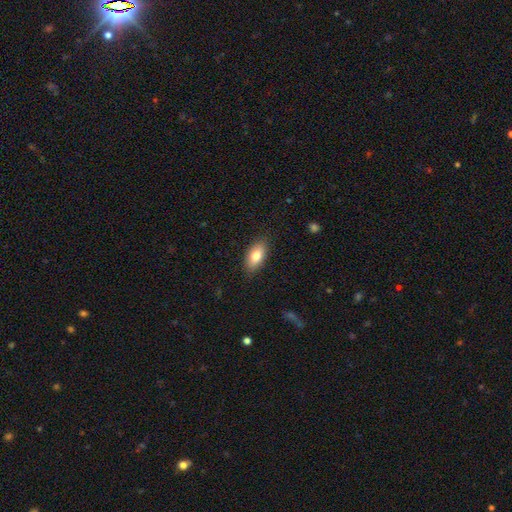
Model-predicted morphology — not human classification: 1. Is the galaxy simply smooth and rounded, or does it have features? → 79% smooth, 14% featured or disk, 7% star or artifact.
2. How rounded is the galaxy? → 88% in between, 8% cigar-shaped, 4% round.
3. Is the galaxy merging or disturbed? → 86% none, 11% minor disturbance, 2% major disturbance, 1% merger.